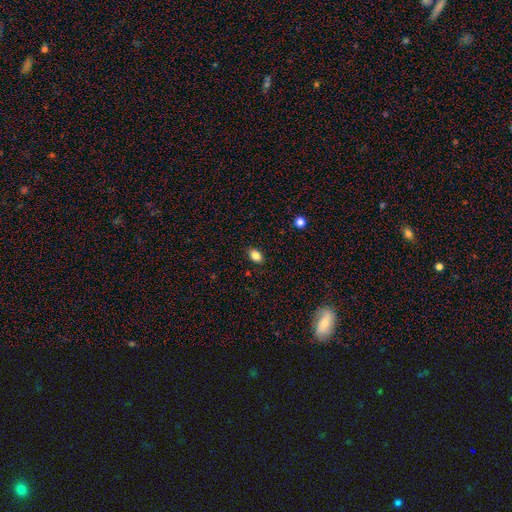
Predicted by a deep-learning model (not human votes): A smooth galaxy with no disk features (84%) that is in between round and cigar-shaped (81%). Merging: none (87%).